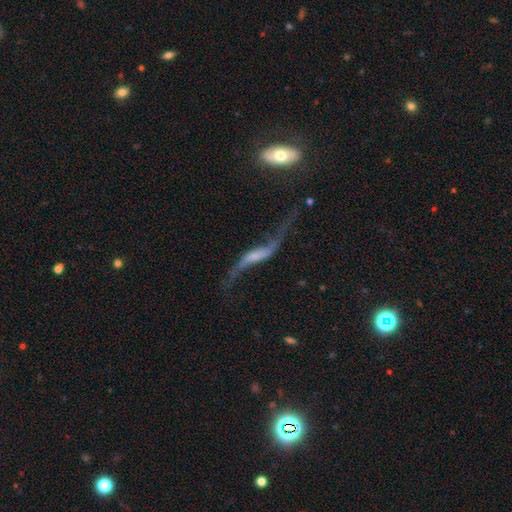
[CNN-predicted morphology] Q: Smooth or featured?
A: featured or disk (81%); runner-up: smooth (11%)
Q: Edge-on disk?
A: no (76%); runner-up: yes (24%)
Q: Bar?
A: no (40%); runner-up: weak (32%)
Q: Spiral arms?
A: yes (89%); runner-up: no (11%)
Q: Spiral winding?
A: loose (96%); runner-up: medium (3%)
Q: Spiral arm count?
A: 2 (92%); runner-up: 1 (4%)
Q: Bulge size?
A: none (43%); runner-up: small (35%)
Q: Merging?
A: none (45%); runner-up: major disturbance (27%)